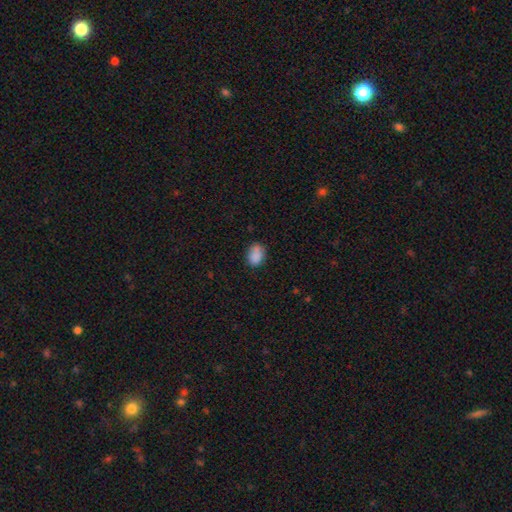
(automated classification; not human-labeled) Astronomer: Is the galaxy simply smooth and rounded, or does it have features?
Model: smooth — 86%.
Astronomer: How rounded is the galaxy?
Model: in between — 77%.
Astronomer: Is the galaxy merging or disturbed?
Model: none — 71%.